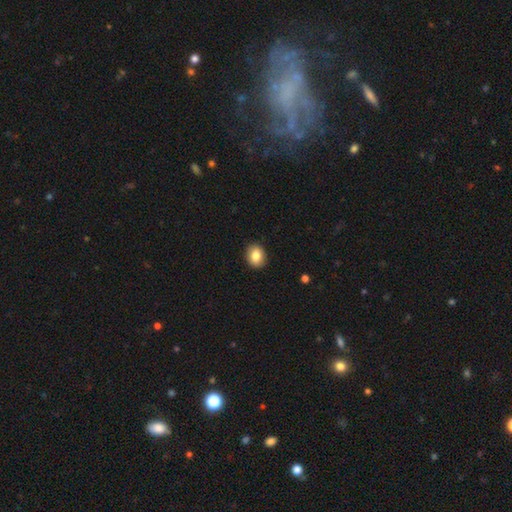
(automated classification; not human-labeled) smooth-or-featured: smooth: 85% | star or artifact: 8% | featured or disk: 7%
  how-rounded: round: 53% | in between: 46% | cigar-shaped: 1%
  merging: none: 90% | minor disturbance: 7% | major disturbance: 2% | merger: 1%